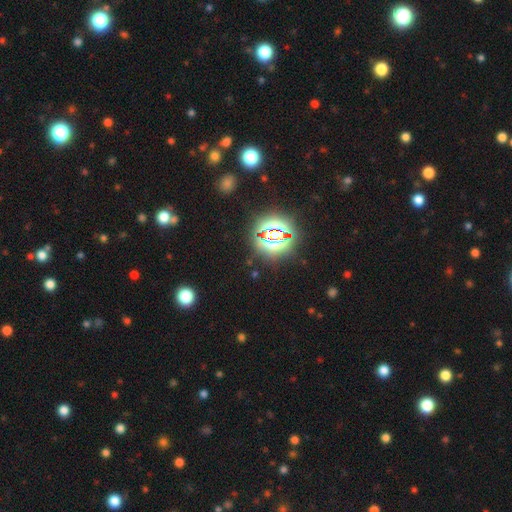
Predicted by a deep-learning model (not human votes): Overall: star or artifact (80%).